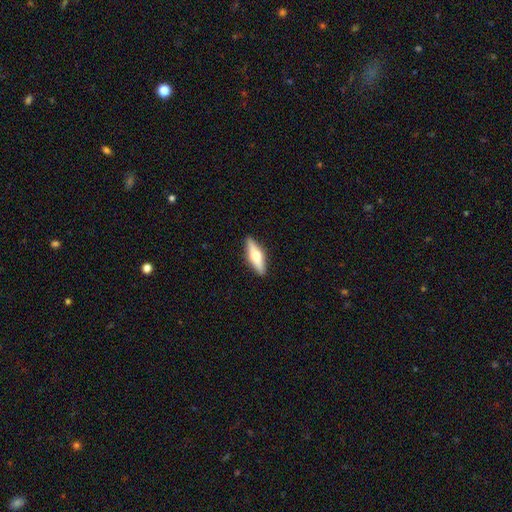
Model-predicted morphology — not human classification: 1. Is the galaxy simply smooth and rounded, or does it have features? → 48% featured or disk, 46% smooth, 6% star or artifact.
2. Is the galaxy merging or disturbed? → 90% none, 7% minor disturbance, 2% major disturbance, 1% merger.